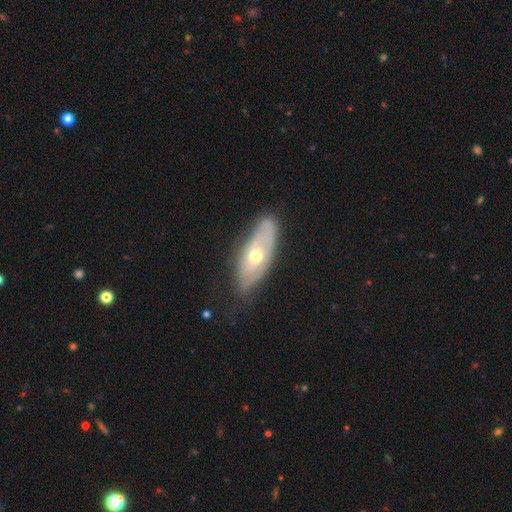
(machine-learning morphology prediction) Smooth or featured: featured or disk — 63% (smooth — 30%)
Edge-on disk: no — 75% (yes — 25%)
Merging: none — 70% (minor disturbance — 22%)